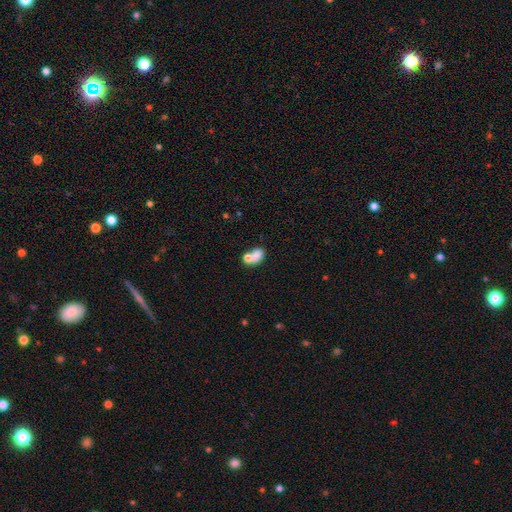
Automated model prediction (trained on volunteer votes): This is likely a smooth galaxy (74%). How rounded: likely in between (79%). Merging: possibly merger (56%).